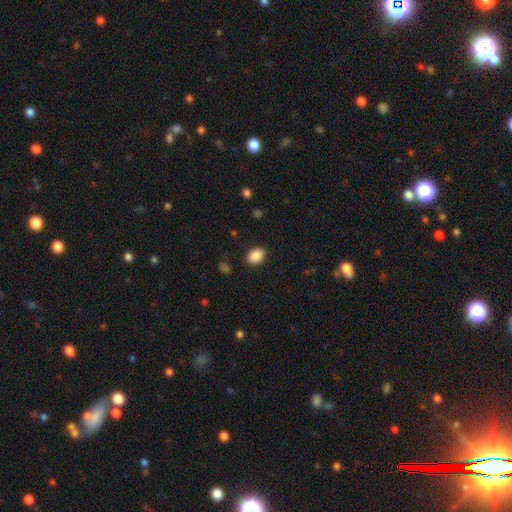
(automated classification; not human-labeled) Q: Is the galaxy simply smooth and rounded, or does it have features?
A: smooth — 88%.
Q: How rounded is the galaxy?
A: in between — 79%.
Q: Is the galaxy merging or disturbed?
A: none — 88%.